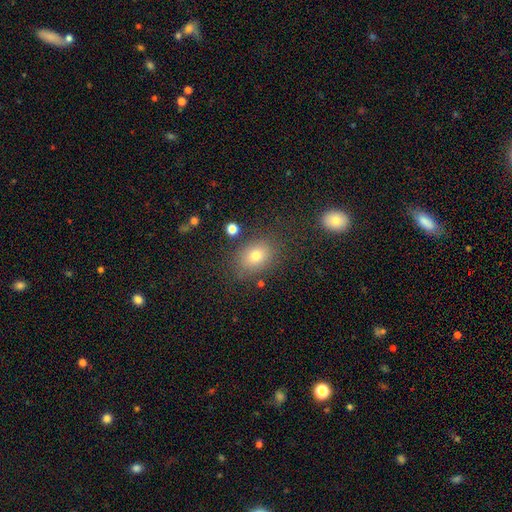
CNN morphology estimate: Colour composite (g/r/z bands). It shows a smooth galaxy with no disk features (76%) that is in between round and cigar-shaped (67%). Merging: none (78%).